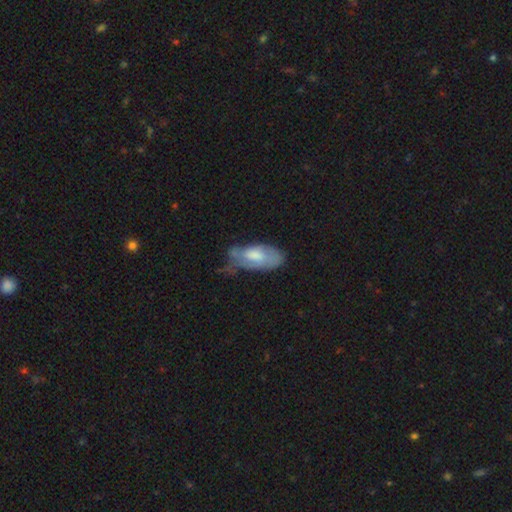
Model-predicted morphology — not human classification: A smooth galaxy with no disk features (56%) that is in between round and cigar-shaped (86%). Merging: minor disturbance (38%).